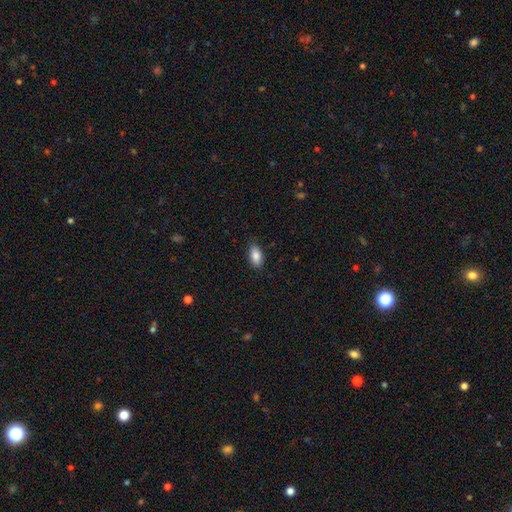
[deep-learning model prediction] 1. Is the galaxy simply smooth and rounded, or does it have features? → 85% smooth, 8% featured or disk, 7% star or artifact.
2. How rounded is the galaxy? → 92% in between, 5% cigar-shaped, 3% round.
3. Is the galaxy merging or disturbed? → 87% none, 10% minor disturbance, 2% major disturbance, 1% merger.